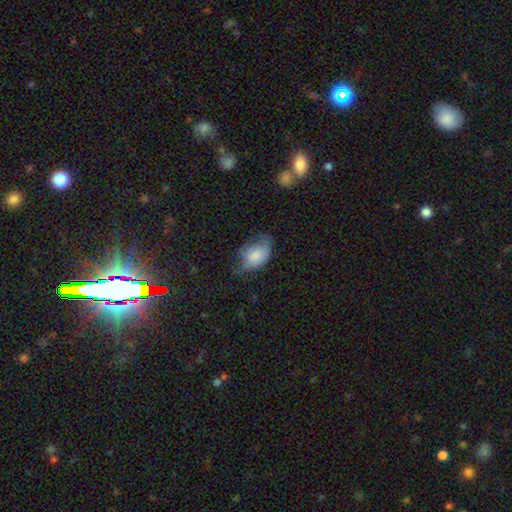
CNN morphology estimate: smooth_or_featured: smooth (p=0.74) [alt: featured or disk p=0.17]
how_rounded: in between (p=0.88) [alt: round p=0.10]
merging: minor disturbance (p=0.40) [alt: major disturbance p=0.29]